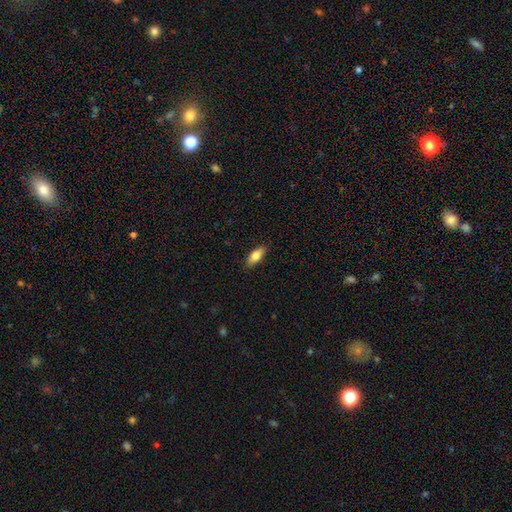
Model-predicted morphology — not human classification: Smooth or featured: smooth — 79% (featured or disk — 15%)
How rounded: in between — 74% (cigar-shaped — 24%)
Merging: none — 88% (minor disturbance — 9%)